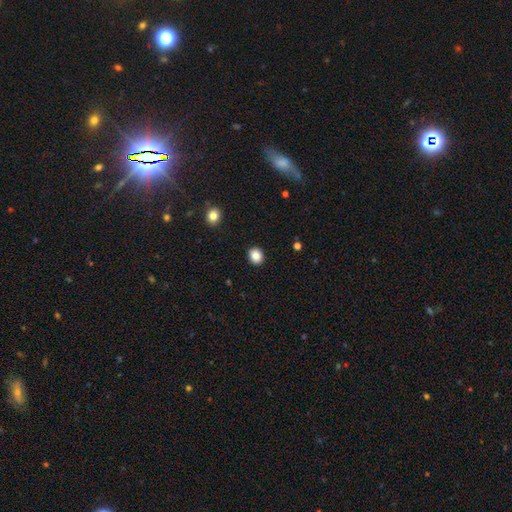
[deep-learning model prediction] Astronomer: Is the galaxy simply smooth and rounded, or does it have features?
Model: smooth — 86%.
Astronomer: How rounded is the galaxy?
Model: round — 64%.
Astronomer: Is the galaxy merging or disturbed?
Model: none — 91%.